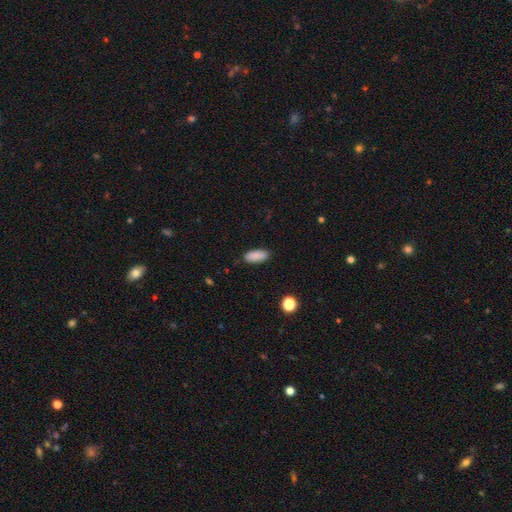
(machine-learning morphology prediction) smooth 88%, star or artifact 8%, featured or disk 5%. Down the decision tree: how rounded — in between (87%); merging — none (85%).